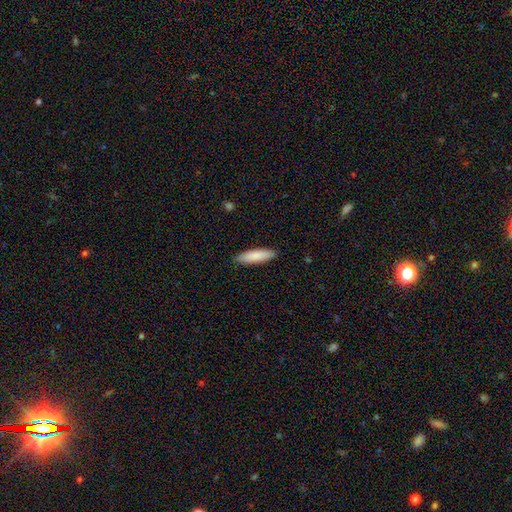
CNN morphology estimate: This appears to be a smooth galaxy with no disk features (85%) that is cigar-shaped (66%). Merging: none (89%).